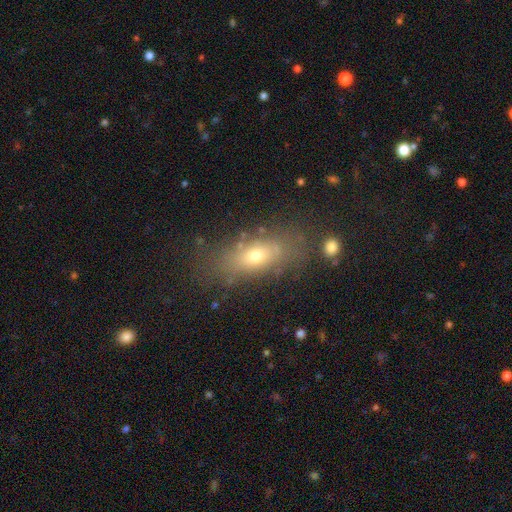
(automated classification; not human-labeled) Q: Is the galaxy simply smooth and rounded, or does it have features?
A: smooth — 64%.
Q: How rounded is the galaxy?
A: in between — 73%.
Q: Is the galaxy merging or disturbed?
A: none — 72%.